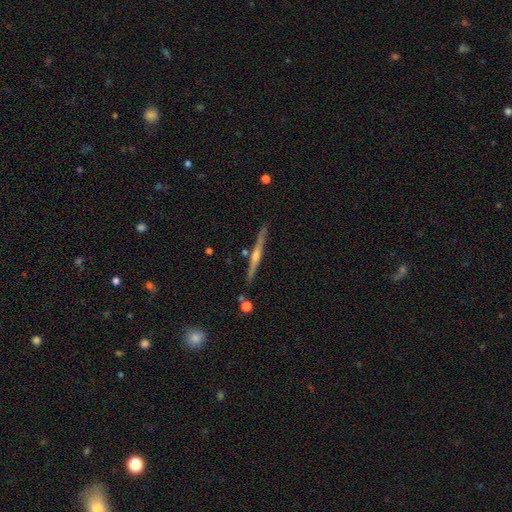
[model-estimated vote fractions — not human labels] smooth_or_featured: featured or disk (p=0.80) [alt: smooth p=0.14]
disk_edge_on: yes (p=0.98) [alt: no p=0.02]
edge_on_bulge: rounded (p=0.81) [alt: none p=0.12]
merging: none (p=0.89) [alt: minor disturbance p=0.07]